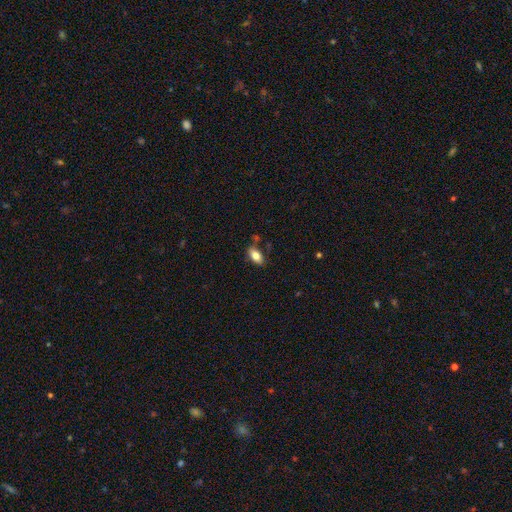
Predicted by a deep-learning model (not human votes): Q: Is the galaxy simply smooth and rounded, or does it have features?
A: smooth — 81%.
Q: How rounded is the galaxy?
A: in between — 91%.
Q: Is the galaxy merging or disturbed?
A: none — 77%.